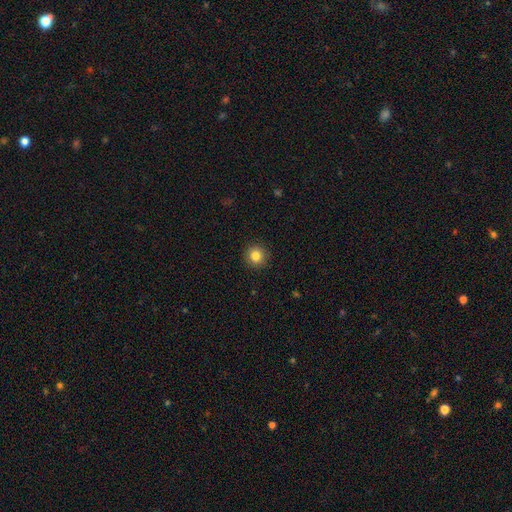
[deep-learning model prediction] A smooth galaxy with no disk features (83%) that is round (94%).

Vote fractions:
- Smooth or featured? smooth: 83% / star or artifact: 11% / featured or disk: 6%
- How rounded? round: 94% / in between: 5% / cigar-shaped: 1%
- Merging? none: 92% / minor disturbance: 5% / major disturbance: 2% / merger: 1%